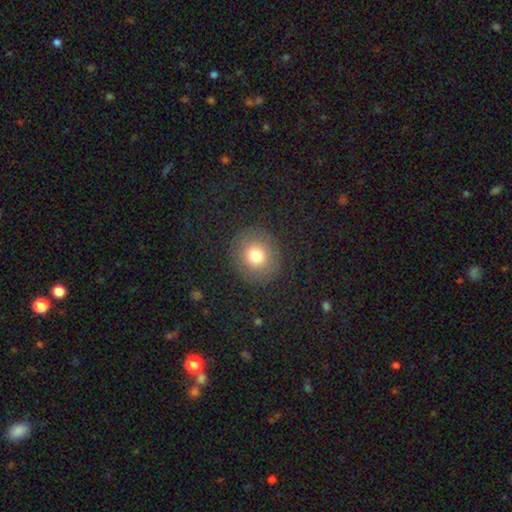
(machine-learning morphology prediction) This appears to be a smooth galaxy with no disk features (75%) that is round (90%). Merging: none (87%).